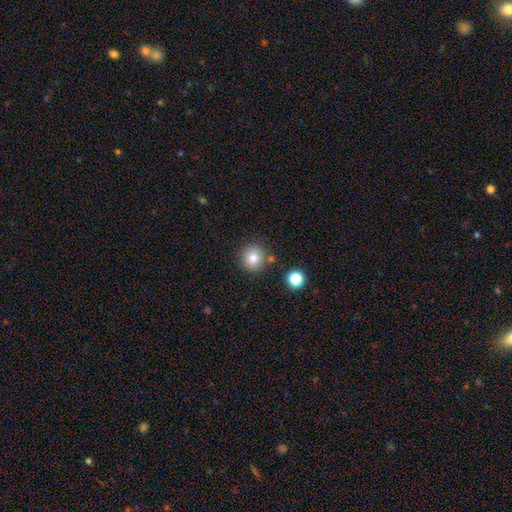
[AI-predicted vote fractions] Smooth or featured? smooth (79%)
How rounded? round (94%)
Merging? none (85%)